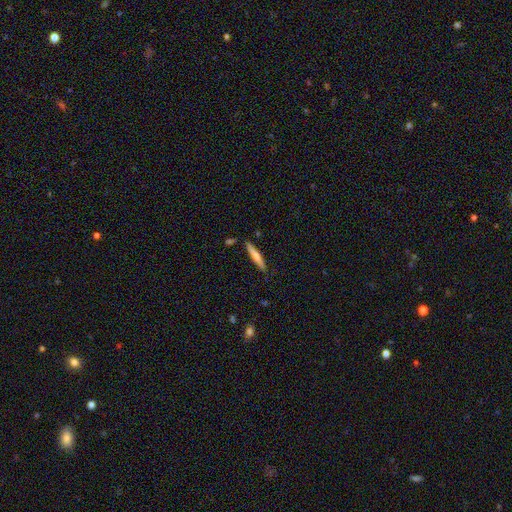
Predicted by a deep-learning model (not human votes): This appears to be a smooth galaxy with no disk features (63%) that is cigar-shaped (93%). Merging: none (87%).